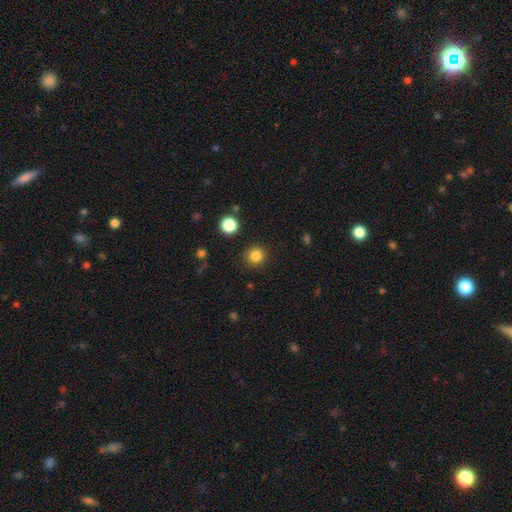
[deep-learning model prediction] Smooth or featured?
  - smooth: 83% *
  - star or artifact: 12%
  - featured or disk: 4%
How rounded?
  - round: 93% *
  - in between: 6%
  - cigar-shaped: 1%
Merging?
  - none: 90% *
  - minor disturbance: 6%
  - major disturbance: 2%
  - merger: 2%